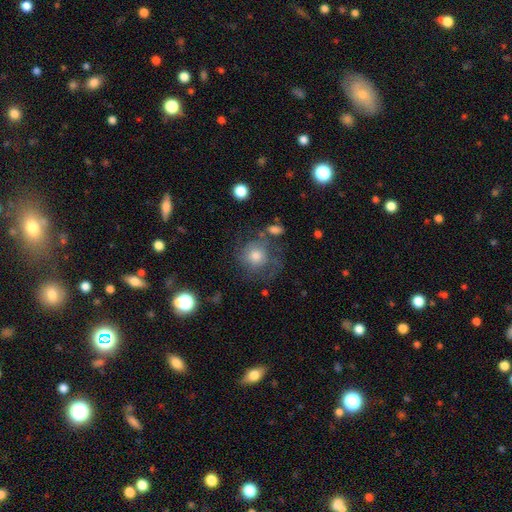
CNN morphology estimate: Overall: smooth (51%; featured or disk 36%). How rounded: round (87%). Merging: none (58%; minor disturbance 20%).